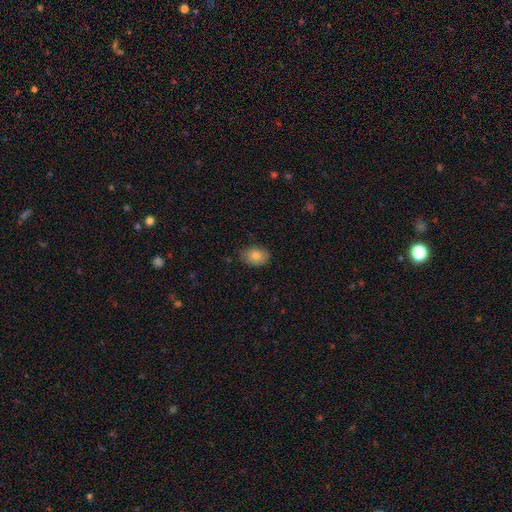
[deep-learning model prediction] Overall: smooth (82%). How rounded: in between (78%). Merging: none (81%).